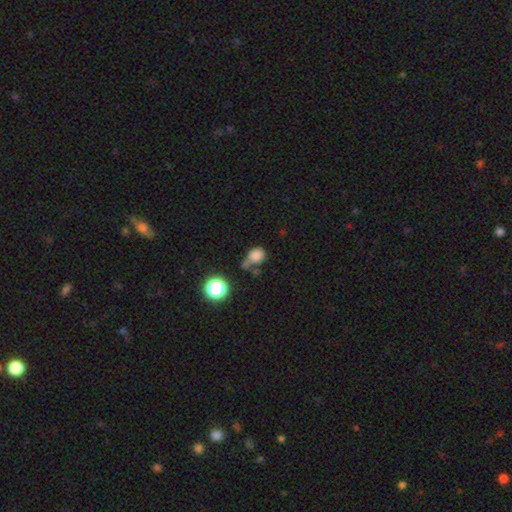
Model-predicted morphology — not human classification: Smooth or featured? smooth (78%)
How rounded? round (72%)
Merging? none (45%)